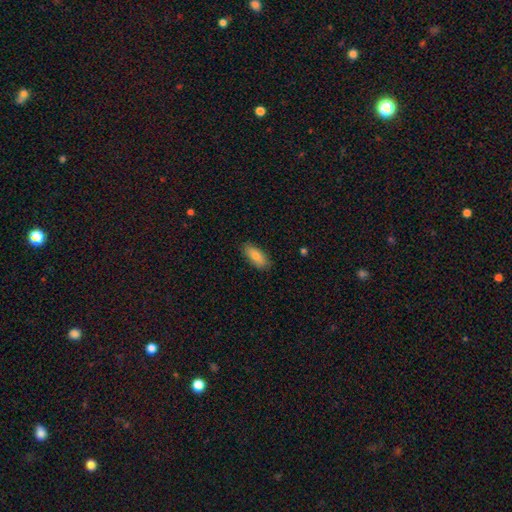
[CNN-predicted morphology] A smooth galaxy with no disk features (80%) that is in between round and cigar-shaped (83%).

Vote fractions:
- Smooth or featured? smooth: 80% / featured or disk: 13% / star or artifact: 6%
- How rounded? in between: 83% / cigar-shaped: 15% / round: 2%
- Merging? none: 87% / minor disturbance: 10% / major disturbance: 2% / merger: 1%